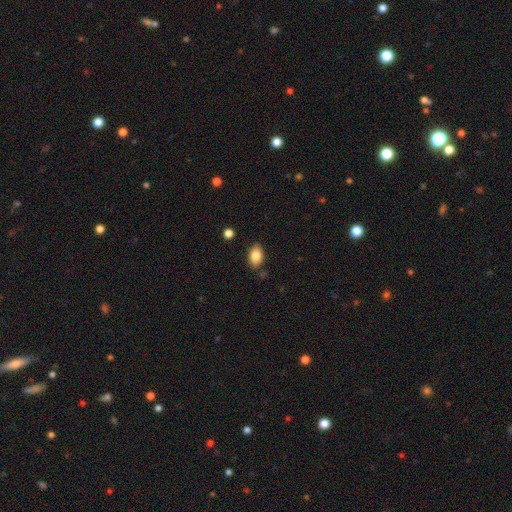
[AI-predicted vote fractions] Smooth or featured?
  - smooth: 84% *
  - featured or disk: 8%
  - star or artifact: 8%
How rounded?
  - in between: 88% *
  - round: 11%
  - cigar-shaped: 1%
Merging?
  - none: 84% *
  - minor disturbance: 11%
  - merger: 2%
  - major disturbance: 2%